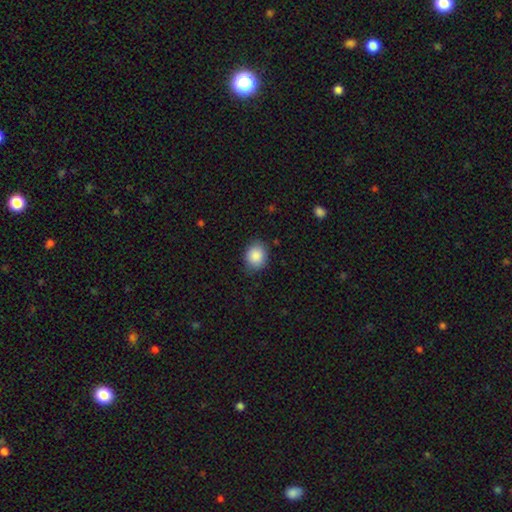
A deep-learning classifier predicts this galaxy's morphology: Overall: smooth (88%). How rounded: round (63%; in between 36%). Merging: none (81%).